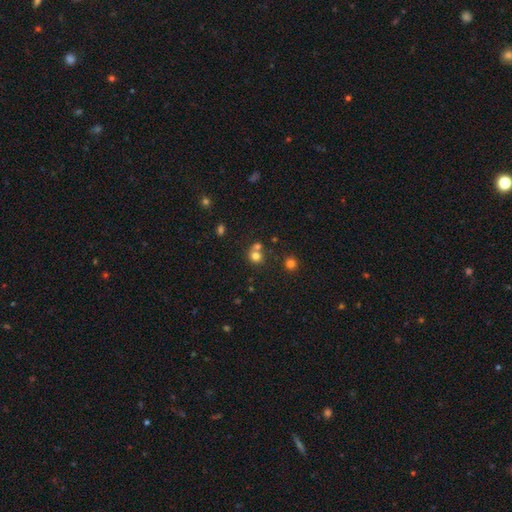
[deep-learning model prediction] Morphology: type=smooth (75%); roundness=round (83%); merging=none (52%).